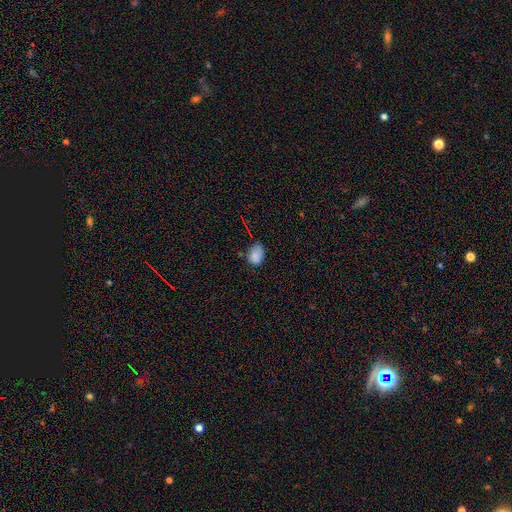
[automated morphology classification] This is likely a smooth galaxy (79%). How rounded: likely in between (66%). Merging: possibly none (55%).